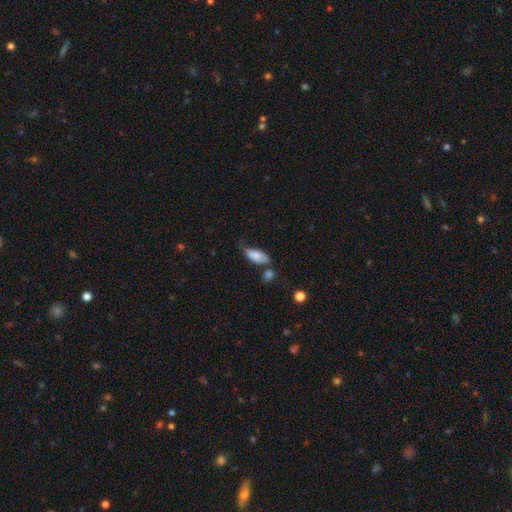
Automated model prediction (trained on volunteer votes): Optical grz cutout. It shows a smooth galaxy with no disk features (77%) that is in between round and cigar-shaped (88%). Merging: none (34%).